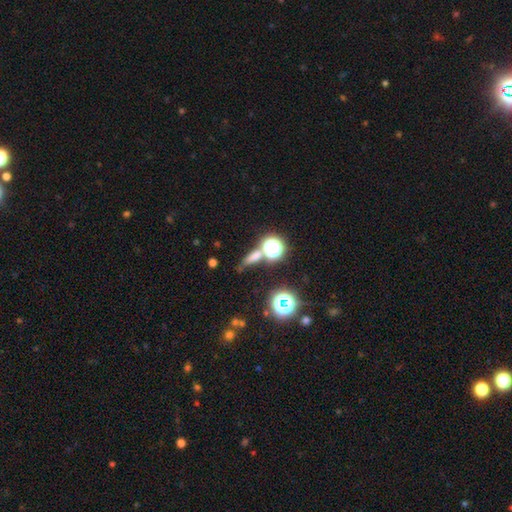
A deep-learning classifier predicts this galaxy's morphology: A smooth galaxy with no disk features (57%) that is in between round and cigar-shaped (38%).

Vote fractions:
- Smooth or featured? smooth: 57% / star or artifact: 30% / featured or disk: 13%
- How rounded? in between: 38% / cigar-shaped: 32% / round: 30%
- Merging? none: 61% / merger: 19% / minor disturbance: 13% / major disturbance: 7%